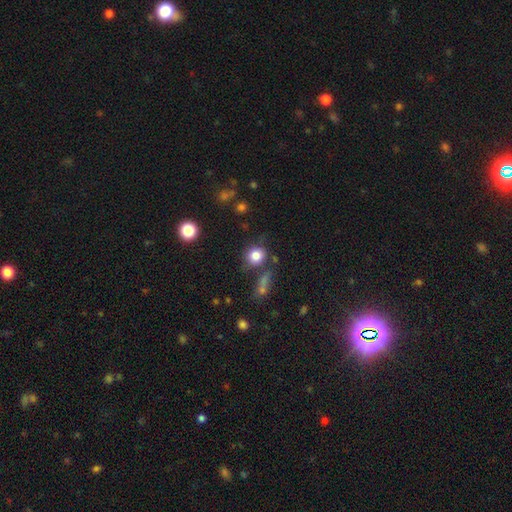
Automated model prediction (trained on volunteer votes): Smooth or featured: smooth — 81% (star or artifact — 11%)
How rounded: round — 82% (in between — 17%)
Merging: none — 75% (minor disturbance — 13%)